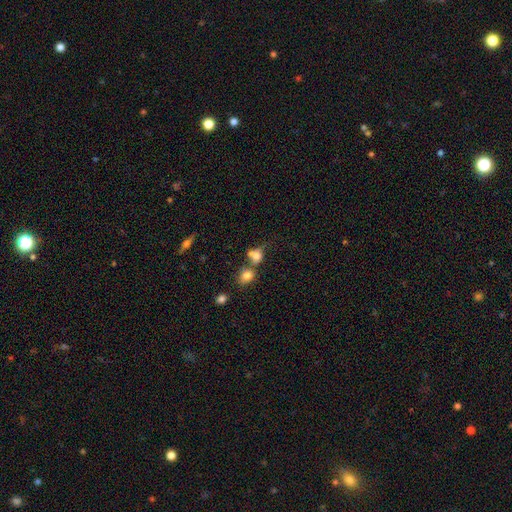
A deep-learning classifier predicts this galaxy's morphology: This is likely a smooth galaxy (73%). How rounded: possibly in between (49%, tied with round). Merging: possibly merger (50%).